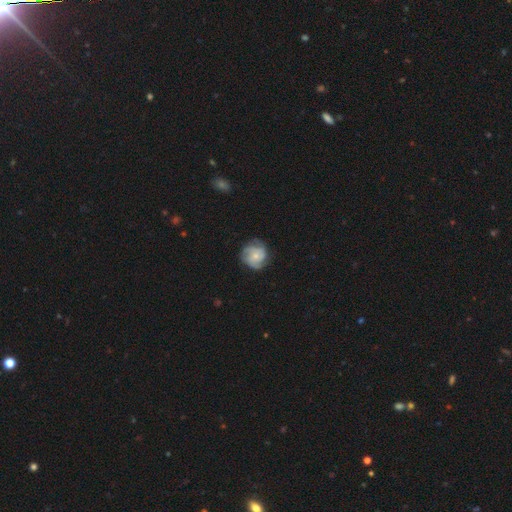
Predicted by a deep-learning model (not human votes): A featured or disk galaxy (71%) with no bar (78%), 3 (41%) tight (53%) spiral arms (93%) and a small central bulge (67%).

Vote fractions:
- Smooth or featured? featured or disk: 71% / smooth: 22% / star or artifact: 7%
- Edge-on disk? no: 98% / yes: 2%
- Bar? no: 78% / weak: 19% / strong: 3%
- Spiral arms? yes: 93% / no: 7%
- Spiral winding? tight: 53% / medium: 37% / loose: 10%
- Spiral arm count? 3: 41% / can't tell: 20% / 4: 16% / 2: 13% / more than 4: 5% / 1: 5%
- Bulge size? small: 67% / moderate: 25% / none: 5% / large: 2% / dominant: 1%
- Merging? none: 74% / minor disturbance: 18% / major disturbance: 7% / merger: 1%